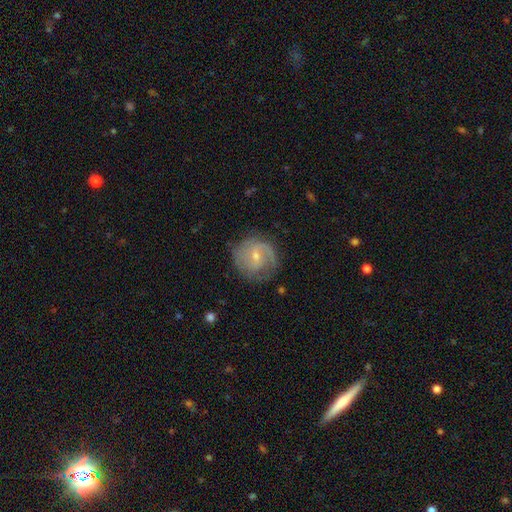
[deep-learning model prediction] The model was most divided on "spiral winding": medium: 44%, tight: 34%, loose: 22%. More confident: edge-on disk — no (98%); spiral arms — yes (92%); smooth or featured — featured or disk (76%); merging — none (70%); bulge size — small (59%); spiral arm count — 2 (55%); bar — weak (53%).